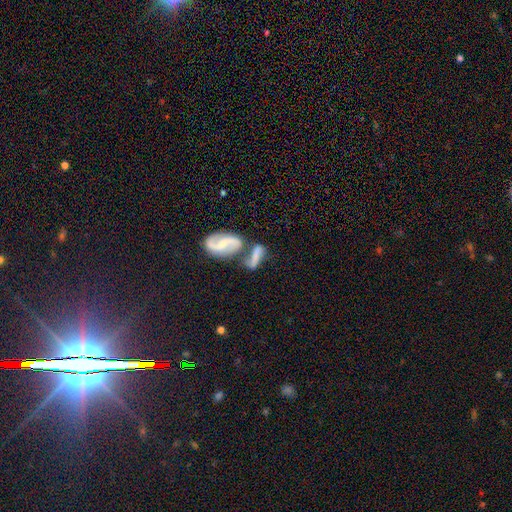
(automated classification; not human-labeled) Smooth or featured?
  - featured or disk: 55% *
  - smooth: 38%
  - star or artifact: 8%
Edge-on disk?
  - no: 88% *
  - yes: 12%
Merging?
  - merger: 52% *
  - none: 29%
  - minor disturbance: 11%
  - major disturbance: 8%